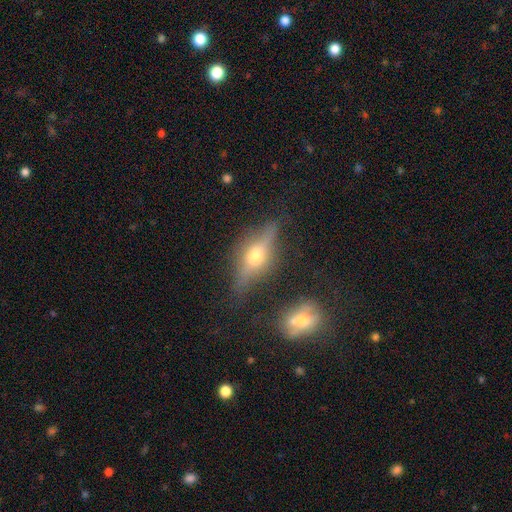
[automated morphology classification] Smooth or featured: featured or disk — 72% (smooth — 19%)
Edge-on disk: yes — 91% (no — 9%)
Edge-on bulge: rounded — 95% (boxy — 4%)
Merging: none — 75% (minor disturbance — 16%)